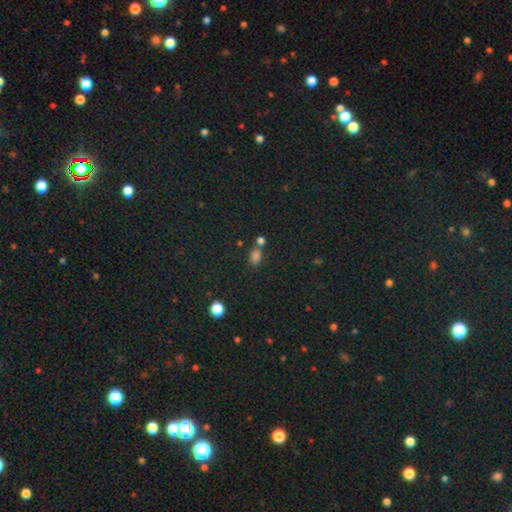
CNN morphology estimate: smooth-or-featured: smooth: 74% | star or artifact: 20% | featured or disk: 6%
  how-rounded: in between: 77% | round: 21% | cigar-shaped: 2%
  merging: none: 55% | merger: 27% | minor disturbance: 13% | major disturbance: 5%